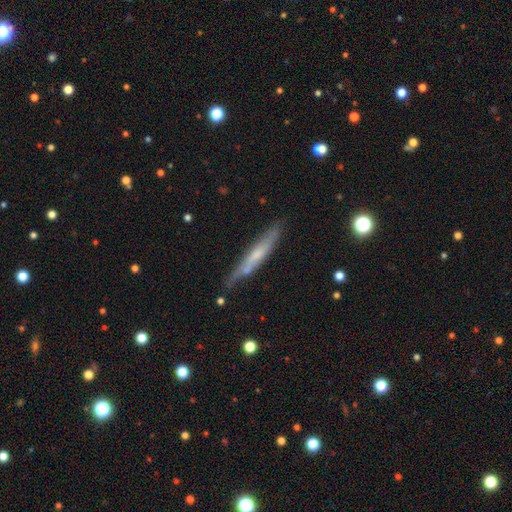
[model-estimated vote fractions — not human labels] Overall: featured or disk (52%; smooth 41%). Edge-on disk: yes (86%). Merging: none (72%).